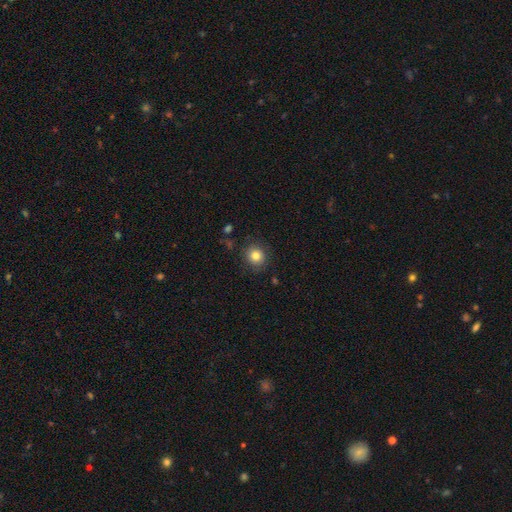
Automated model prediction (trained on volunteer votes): smooth-or-featured: smooth: 82% | star or artifact: 11% | featured or disk: 7%
  how-rounded: round: 88% | in between: 11% | cigar-shaped: 1%
  merging: none: 86% | minor disturbance: 10% | major disturbance: 3% | merger: 2%